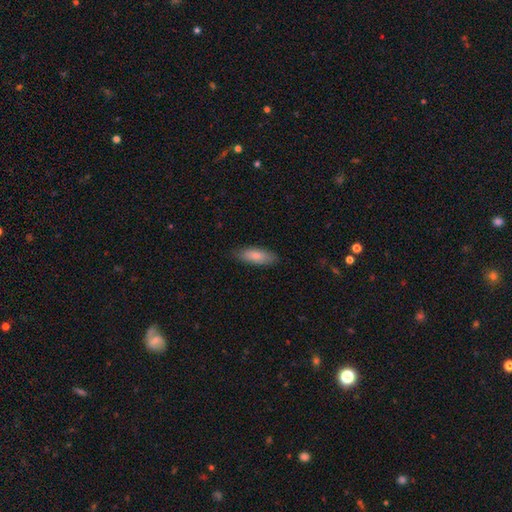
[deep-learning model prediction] This is clearly a smooth galaxy (82%). How rounded: likely in between (73%). Merging: clearly none (82%).